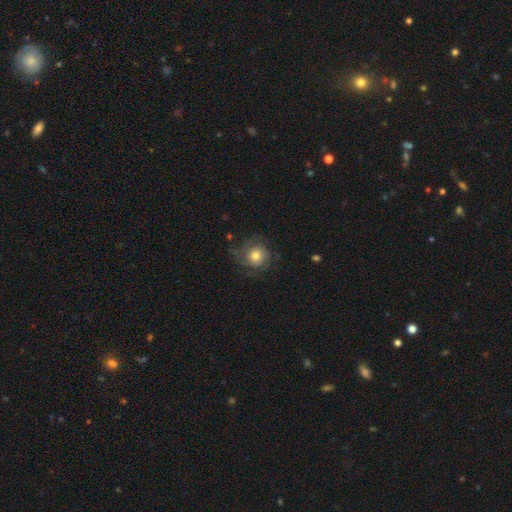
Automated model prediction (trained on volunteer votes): Overall: smooth (55%; featured or disk 36%). How rounded: round (90%). Merging: none (68%).